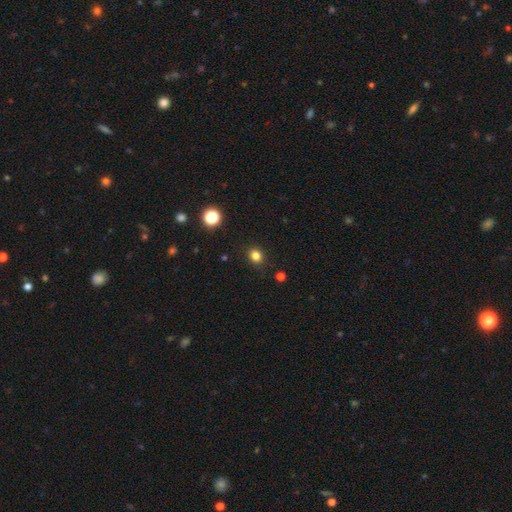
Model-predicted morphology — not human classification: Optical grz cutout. It shows a smooth galaxy with no disk features (82%) that is round (76%). Merging: none (88%).